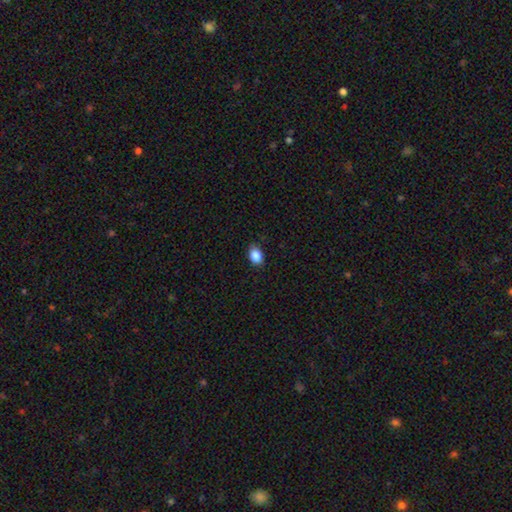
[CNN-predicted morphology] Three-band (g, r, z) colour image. It shows a smooth galaxy with no disk features (87%) that is in between round and cigar-shaped (73%). Merging: none (85%).